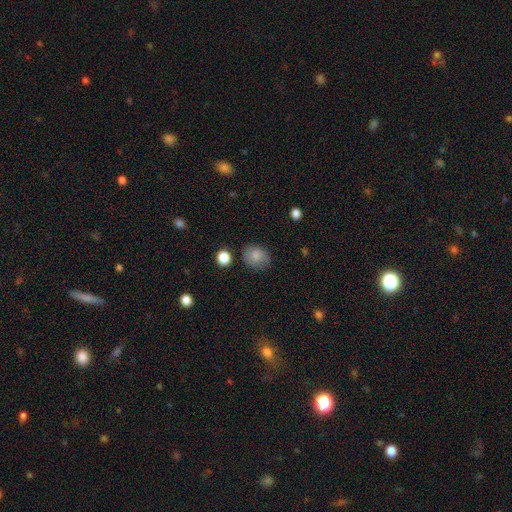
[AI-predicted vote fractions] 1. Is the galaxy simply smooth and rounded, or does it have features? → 83% smooth, 9% star or artifact, 9% featured or disk.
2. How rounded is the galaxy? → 56% round, 43% in between, 1% cigar-shaped.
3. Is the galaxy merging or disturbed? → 77% none, 17% minor disturbance, 4% major disturbance, 2% merger.